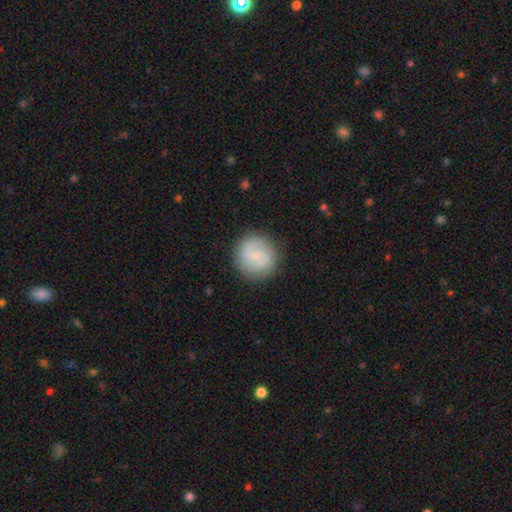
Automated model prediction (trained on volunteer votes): Smooth or featured? featured or disk (56%)
Edge-on disk? no (98%)
Bar? no (48%)
Spiral arms? yes (90%)
Bulge size? small (66%)
Merging? none (87%)